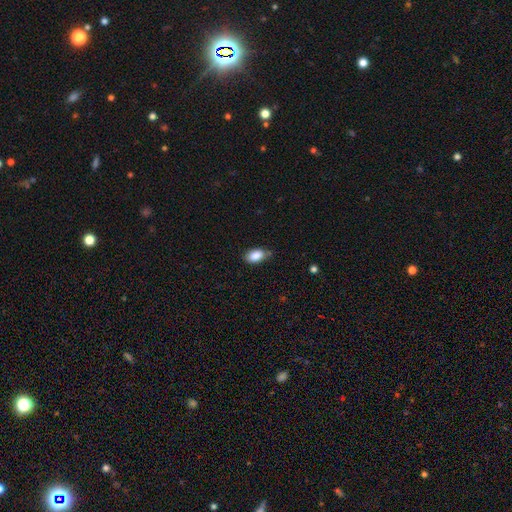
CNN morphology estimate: Smooth or featured? smooth (88%)
How rounded? in between (92%)
Merging? none (74%)